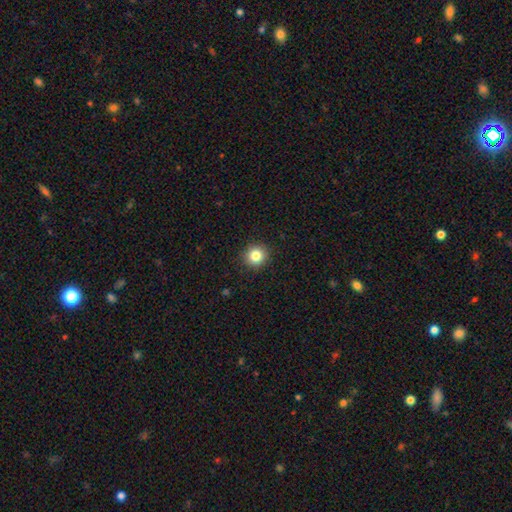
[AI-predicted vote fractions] Overall: smooth (83%). How rounded: round (91%). Merging: none (91%).